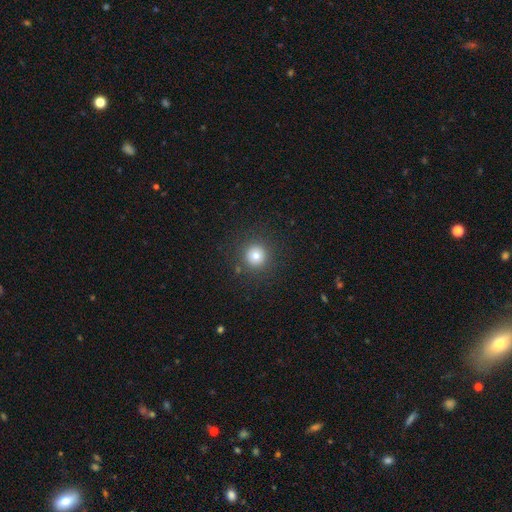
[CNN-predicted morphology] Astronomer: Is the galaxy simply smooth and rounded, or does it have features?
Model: smooth — 79%.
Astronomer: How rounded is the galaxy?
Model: round — 95%.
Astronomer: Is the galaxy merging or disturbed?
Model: none — 90%.